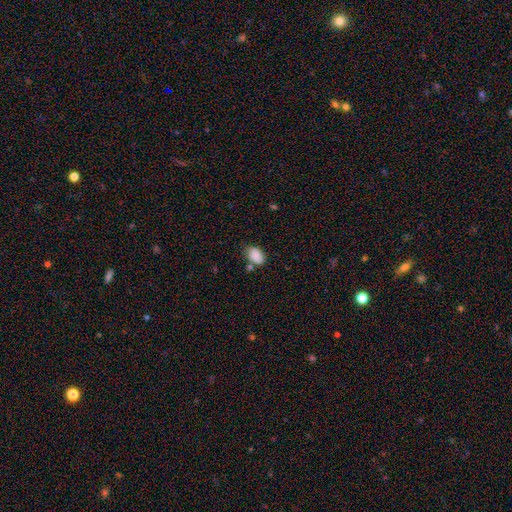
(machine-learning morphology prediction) smooth 85%, star or artifact 8%, featured or disk 7%. Down the decision tree: how rounded — in between (86%); merging — none (58%).